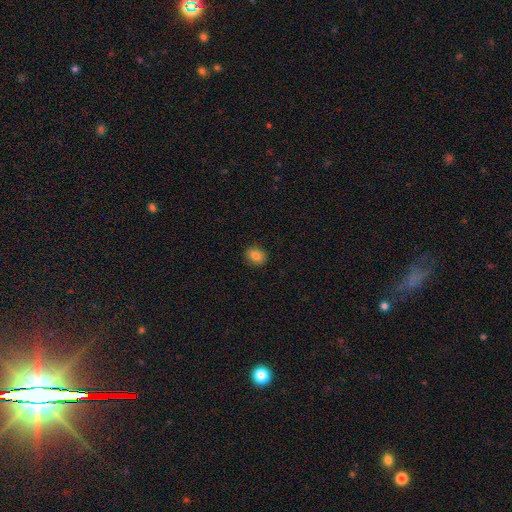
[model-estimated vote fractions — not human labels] A smooth galaxy with no disk features (83%) that is round (59%).

Vote fractions:
- Smooth or featured? smooth: 83% / star or artifact: 10% / featured or disk: 7%
- How rounded? round: 59% / in between: 40% / cigar-shaped: 1%
- Merging? none: 90% / minor disturbance: 7% / major disturbance: 2% / merger: 1%